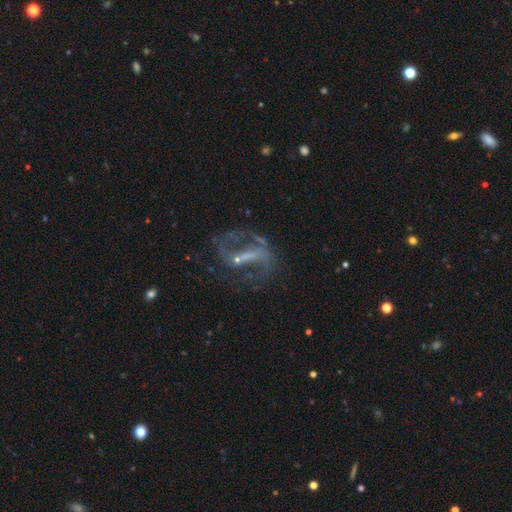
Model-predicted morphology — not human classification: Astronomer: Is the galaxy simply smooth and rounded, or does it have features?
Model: featured or disk — 77%.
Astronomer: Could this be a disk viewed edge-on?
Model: no — 95%.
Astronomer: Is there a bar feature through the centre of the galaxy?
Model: strong — 42% (runner-up: weak, 36%).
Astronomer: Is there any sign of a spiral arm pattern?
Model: yes — 70%.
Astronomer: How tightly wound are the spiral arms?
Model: loose — 46% (runner-up: medium, 41%).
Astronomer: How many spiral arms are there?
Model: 2 — 73%.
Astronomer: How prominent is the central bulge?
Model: small — 41% (runner-up: none, 40%).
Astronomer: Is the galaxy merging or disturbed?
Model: none — 46% (runner-up: major disturbance, 32%).